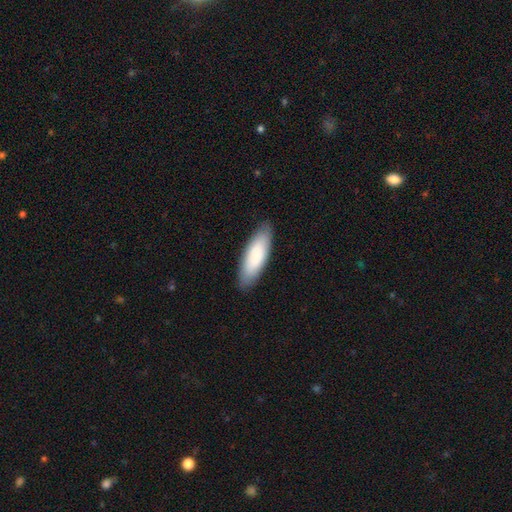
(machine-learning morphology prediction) Smooth or featured?
  - smooth: 83% *
  - featured or disk: 11%
  - star or artifact: 5%
How rounded?
  - in between: 65% *
  - cigar-shaped: 34%
  - round: 2%
Merging?
  - none: 87% *
  - minor disturbance: 10%
  - major disturbance: 2%
  - merger: 1%